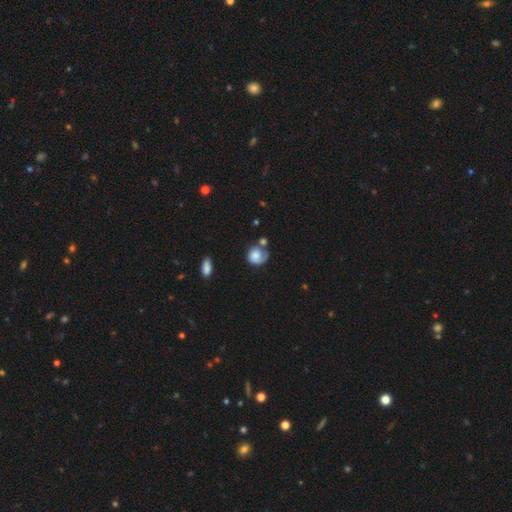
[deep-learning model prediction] Morphology: type=smooth (54%); roundness=round (73%); merging=none (42%).